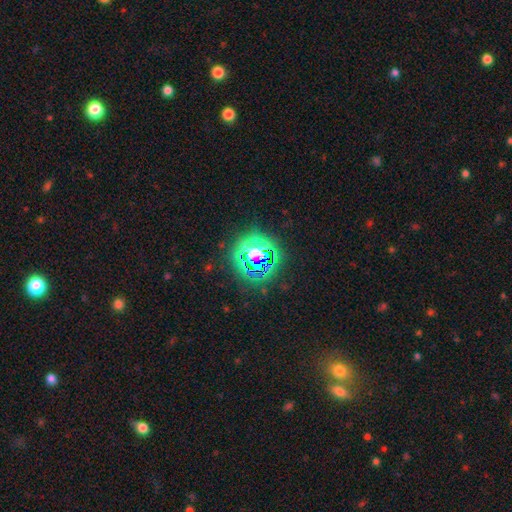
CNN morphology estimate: type=star or artifact (70%).